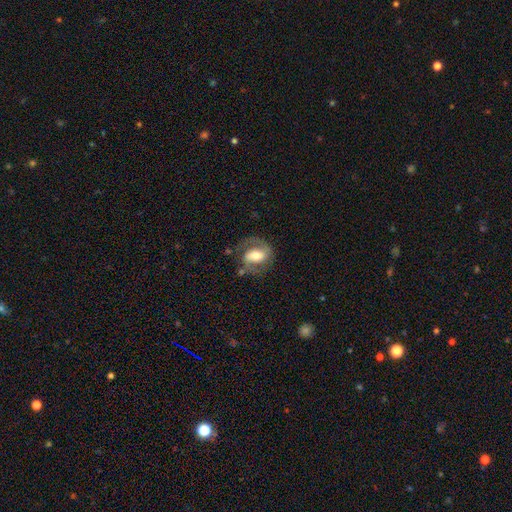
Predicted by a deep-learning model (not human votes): smooth_or_featured: featured or disk (p=0.70) [alt: smooth p=0.24]
disk_edge_on: no (p=0.96) [alt: yes p=0.04]
bar: weak (p=0.38) [alt: strong p=0.35]
has_spiral_arms: yes (p=0.86) [alt: no p=0.14]
spiral_winding: medium (p=0.50) [alt: tight p=0.29]
spiral_arm_count: 2 (p=0.80) [alt: 1 p=0.11]
bulge_size: moderate (p=0.63) [alt: small p=0.17]
merging: none (p=0.67) [alt: minor disturbance p=0.18]